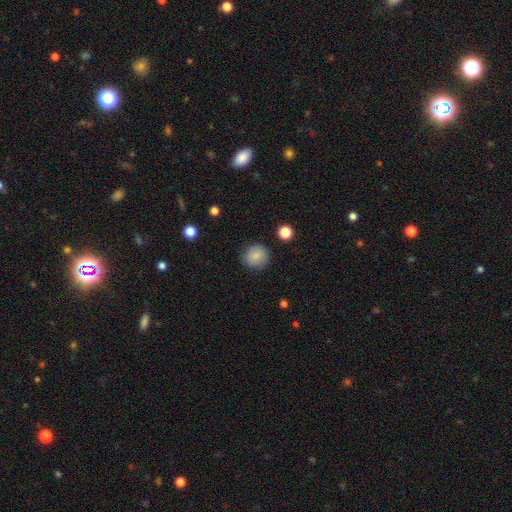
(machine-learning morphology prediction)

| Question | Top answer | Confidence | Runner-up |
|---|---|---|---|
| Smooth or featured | smooth | 84% | star or artifact (9%) |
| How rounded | round | 90% | in between (9%) |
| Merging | none | 87% | minor disturbance (9%) |